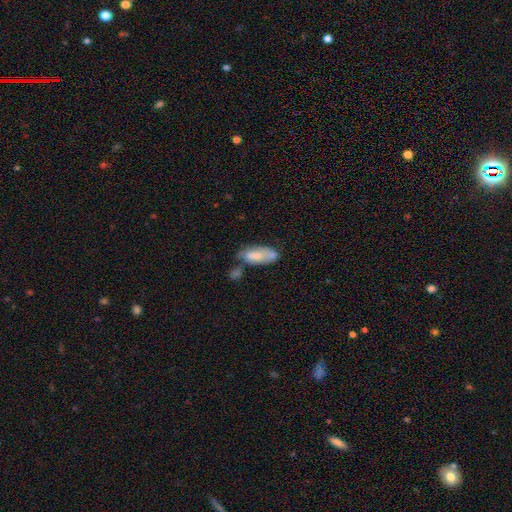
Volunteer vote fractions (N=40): Smooth or featured?
  - smooth: 60% *
  - featured or disk: 35%
  - star or artifact: 5%
How rounded?
  - in between: 88% *
  - cigar-shaped: 8%
  - round: 4%
Merging?
  - merger: 55% *
  - none: 18%
  - minor disturbance: 18%
  - major disturbance: 8%